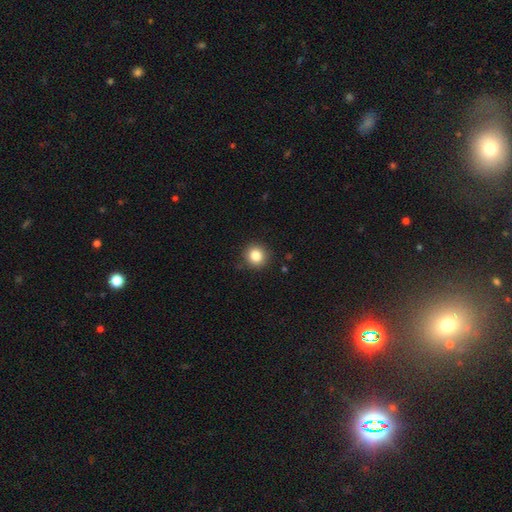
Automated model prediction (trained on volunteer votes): Smooth or featured? Predicted: smooth (p=0.84). How rounded? Predicted: round (p=0.92). Merging? Predicted: none (p=0.90).